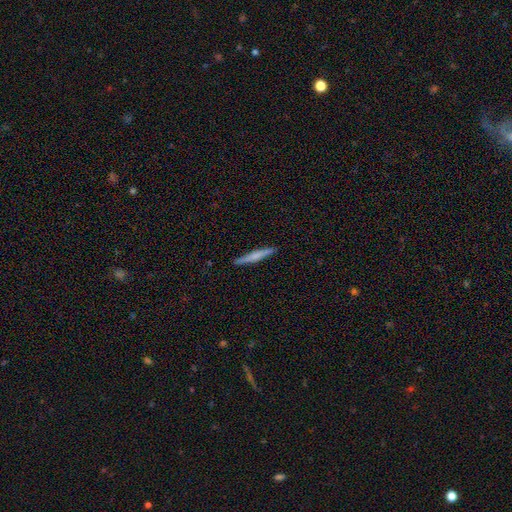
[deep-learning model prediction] A smooth galaxy with no disk features (53%) that is cigar-shaped (95%). Merging: none (91%).